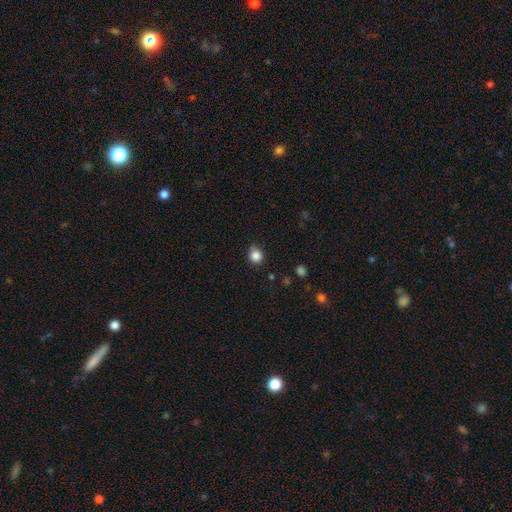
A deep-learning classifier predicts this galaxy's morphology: type=smooth (85%); roundness=round (83%); merging=none (77%).